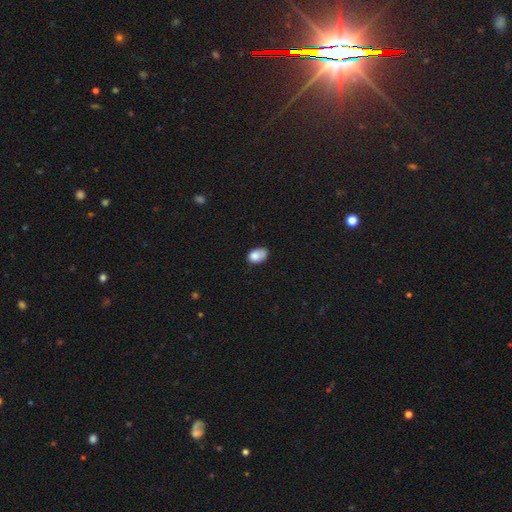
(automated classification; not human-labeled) A smooth galaxy with no disk features (82%) that is in between round and cigar-shaped (83%). Merging: none (47%).